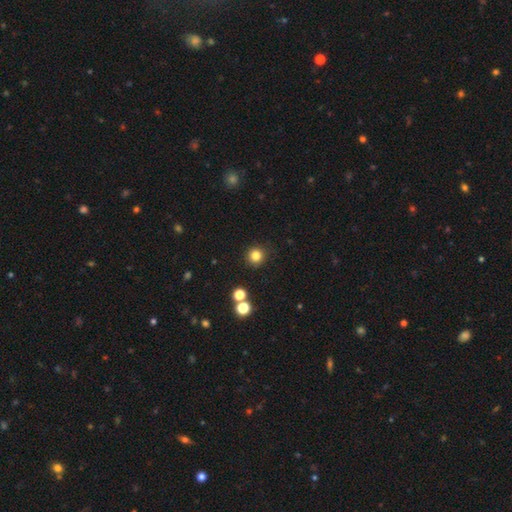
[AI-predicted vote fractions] This is clearly a smooth galaxy (82%). How rounded: clearly round (94%). Merging: clearly none (90%).